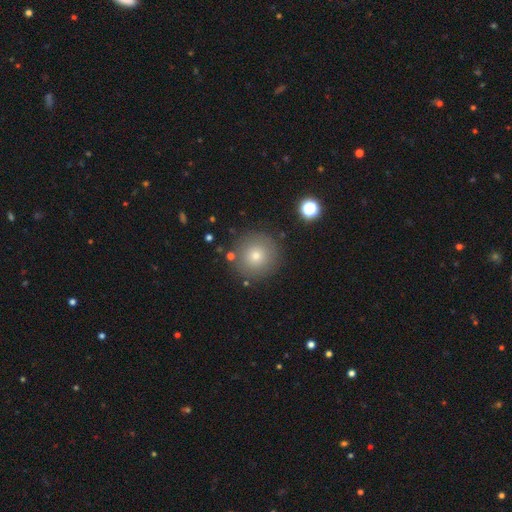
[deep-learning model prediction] smooth-or-featured: smooth: 72% | featured or disk: 14% | star or artifact: 14%
  how-rounded: round: 95% | in between: 4% | cigar-shaped: 1%
  merging: none: 87% | minor disturbance: 8% | major disturbance: 3% | merger: 3%